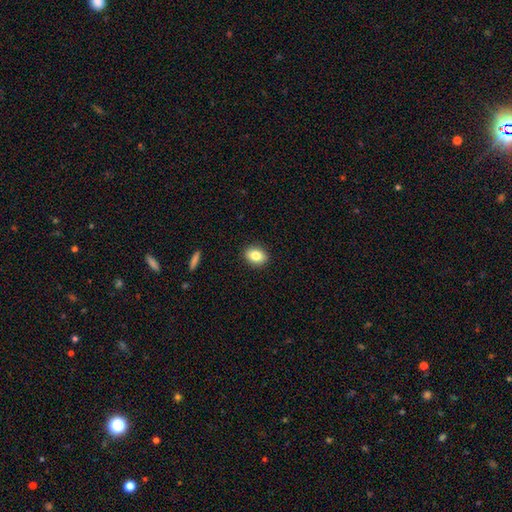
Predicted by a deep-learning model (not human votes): Morphology: type=smooth (82%); roundness=in between (68%); merging=none (90%).